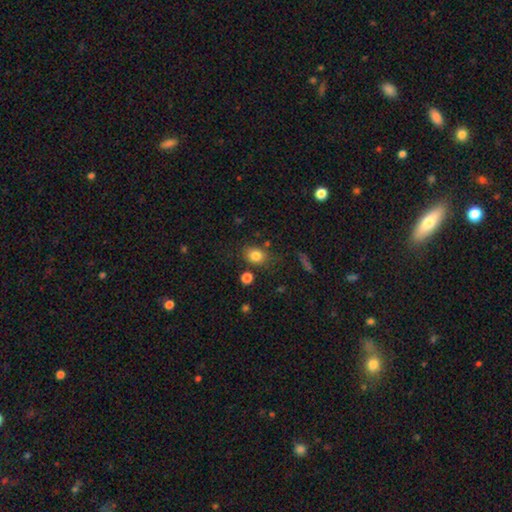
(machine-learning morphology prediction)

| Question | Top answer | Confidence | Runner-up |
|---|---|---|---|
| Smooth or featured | smooth | 82% | star or artifact (10%) |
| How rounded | in between | 55% | round (44%) |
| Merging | none | 73% | minor disturbance (16%) |